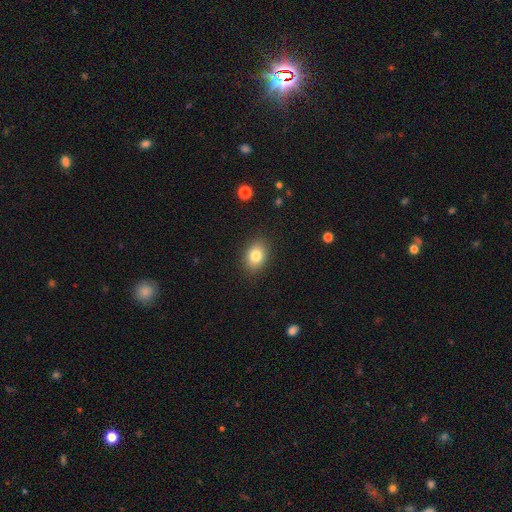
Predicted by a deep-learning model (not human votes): smooth 81%, star or artifact 9%, featured or disk 9%. Down the decision tree: how rounded — in between (70%); merging — none (88%).